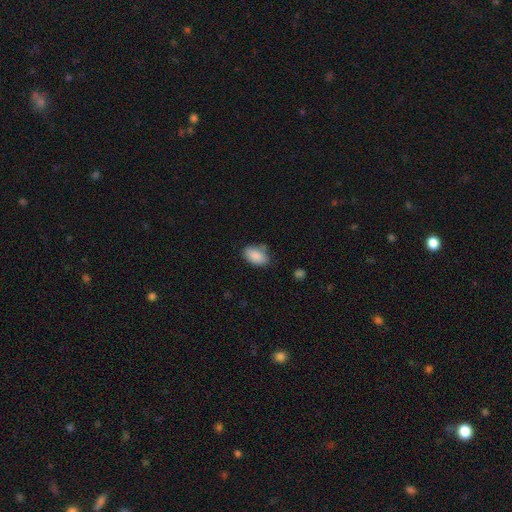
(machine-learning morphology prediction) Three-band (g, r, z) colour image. It shows a smooth galaxy with no disk features (88%) that is in between round and cigar-shaped (92%). Merging: none (72%).